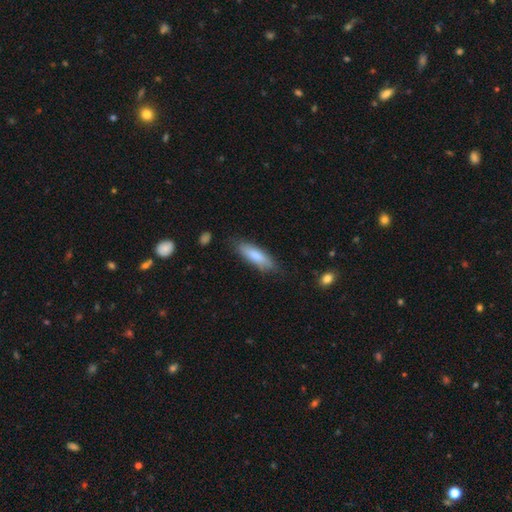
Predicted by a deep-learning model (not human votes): Morphology: type=smooth (80%); roundness=cigar-shaped (52%); merging=none (79%).